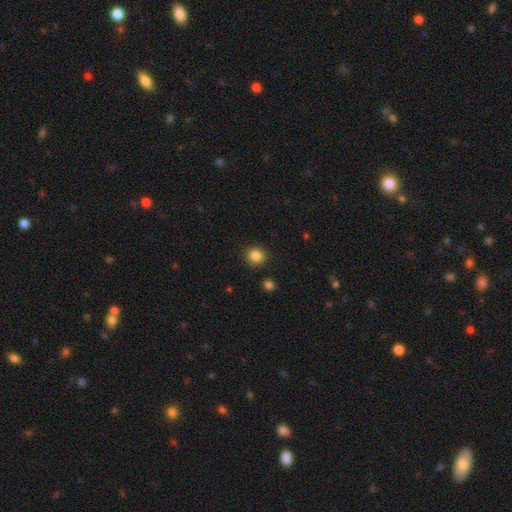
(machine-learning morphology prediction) Smooth or featured: smooth — 85% (star or artifact — 10%)
How rounded: round — 87% (in between — 12%)
Merging: none — 88% (minor disturbance — 8%)